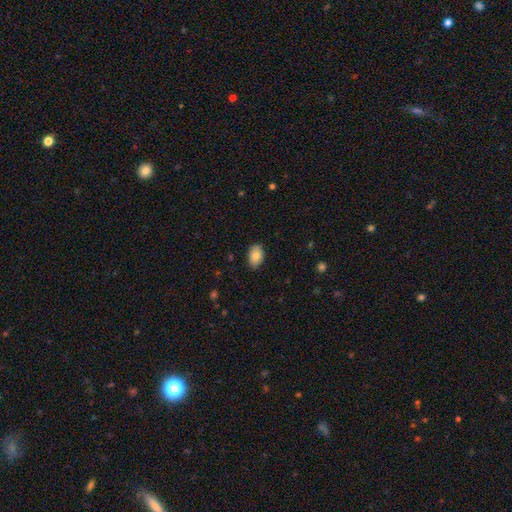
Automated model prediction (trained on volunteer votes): Smooth or featured?
  - smooth: 85% *
  - featured or disk: 9%
  - star or artifact: 7%
How rounded?
  - in between: 87% *
  - round: 12%
  - cigar-shaped: 1%
Merging?
  - none: 86% *
  - minor disturbance: 11%
  - major disturbance: 2%
  - merger: 1%